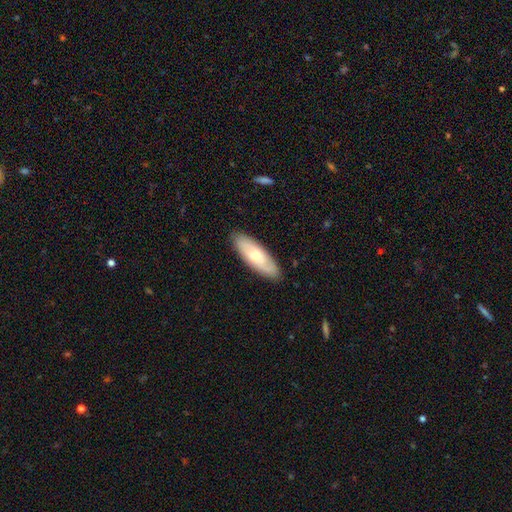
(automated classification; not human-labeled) A smooth galaxy with no disk features (58%) that is in between round and cigar-shaped (65%). Merging: none (87%).